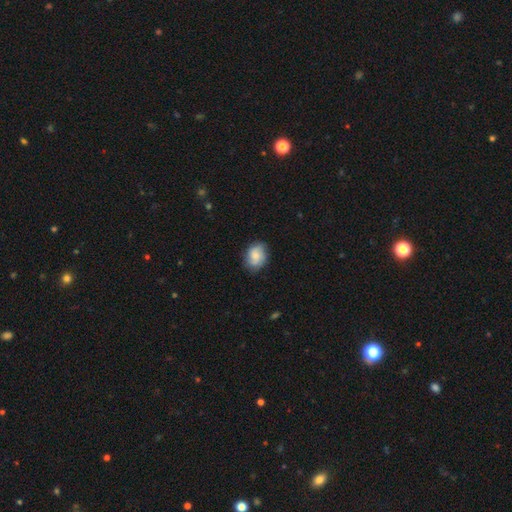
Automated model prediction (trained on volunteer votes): smooth_or_featured: smooth (p=0.67) [alt: featured or disk p=0.25]
how_rounded: in between (p=0.56) [alt: round p=0.43]
merging: none (p=0.76) [alt: minor disturbance p=0.18]